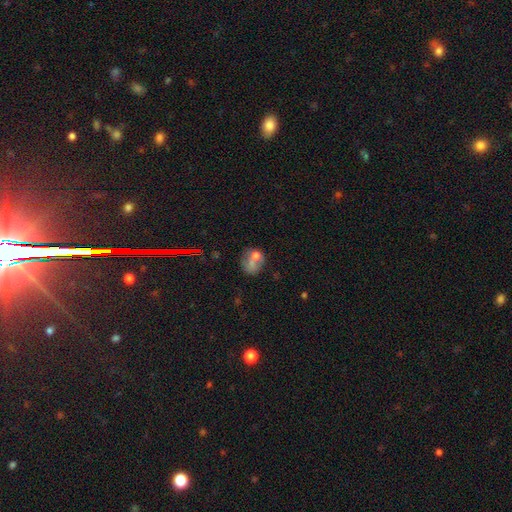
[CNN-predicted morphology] Smooth or featured: smooth — 60% (featured or disk — 28%)
How rounded: round — 64% (in between — 35%)
Merging: merger — 46% (none — 29%)